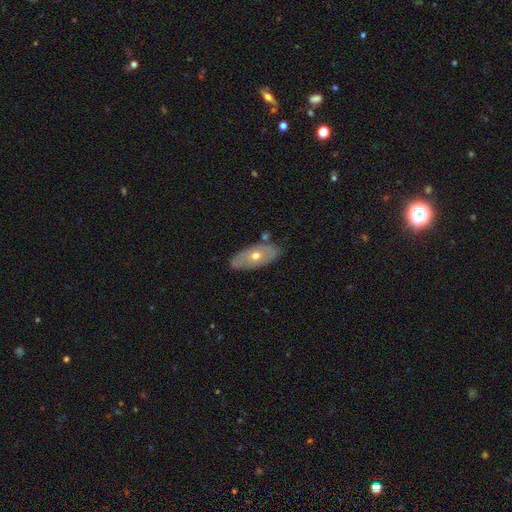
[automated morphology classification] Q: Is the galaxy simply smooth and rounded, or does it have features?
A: featured or disk — 52%.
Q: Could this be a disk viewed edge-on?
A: no — 78%.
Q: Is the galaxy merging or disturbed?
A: none — 81%.